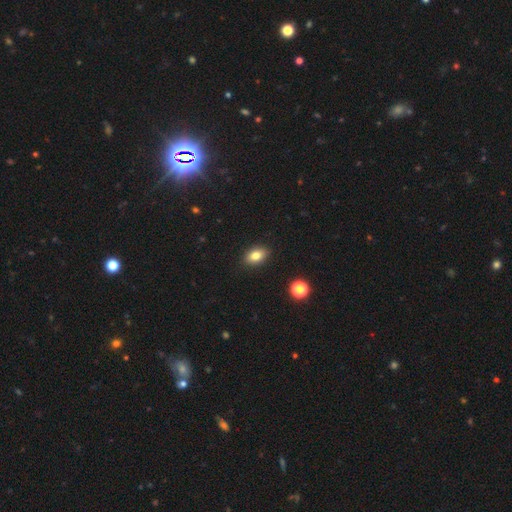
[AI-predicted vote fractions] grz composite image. It shows a smooth galaxy with no disk features (81%) that is in between round and cigar-shaped (84%). Merging: none (88%).